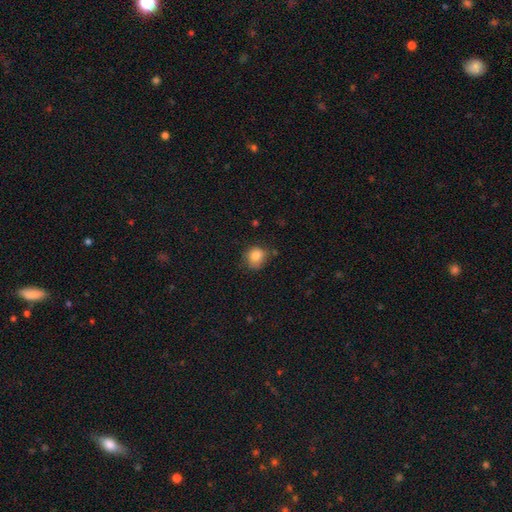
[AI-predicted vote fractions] Smooth or featured?
  - smooth: 84% *
  - star or artifact: 10%
  - featured or disk: 7%
How rounded?
  - round: 71% *
  - in between: 29%
  - cigar-shaped: 1%
Merging?
  - none: 64% *
  - minor disturbance: 26%
  - major disturbance: 7%
  - merger: 3%